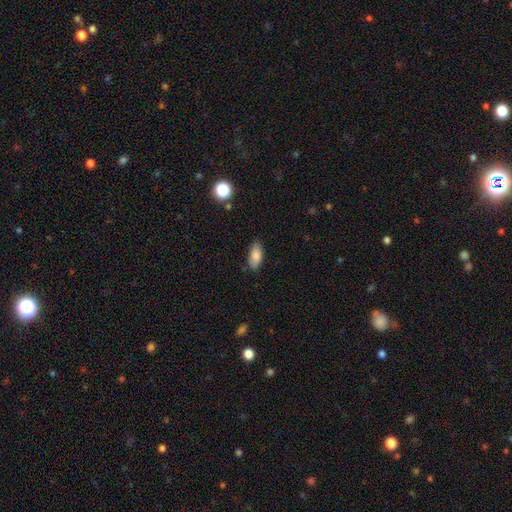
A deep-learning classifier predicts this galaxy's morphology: Smooth or featured: smooth — 84% (featured or disk — 8%)
How rounded: in between — 87% (cigar-shaped — 10%)
Merging: none — 84% (minor disturbance — 13%)